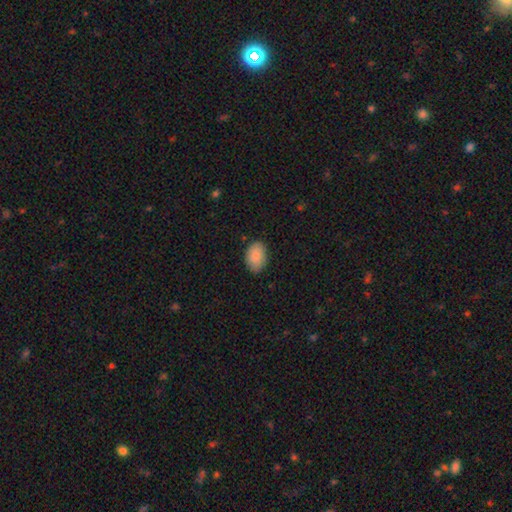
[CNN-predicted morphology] A smooth galaxy with no disk features (89%) that is in between round and cigar-shaped (88%).

Vote fractions:
- Smooth or featured? smooth: 89% / star or artifact: 6% / featured or disk: 5%
- How rounded? in between: 88% / round: 11% / cigar-shaped: 1%
- Merging? none: 84% / minor disturbance: 13% / major disturbance: 3% / merger: 1%